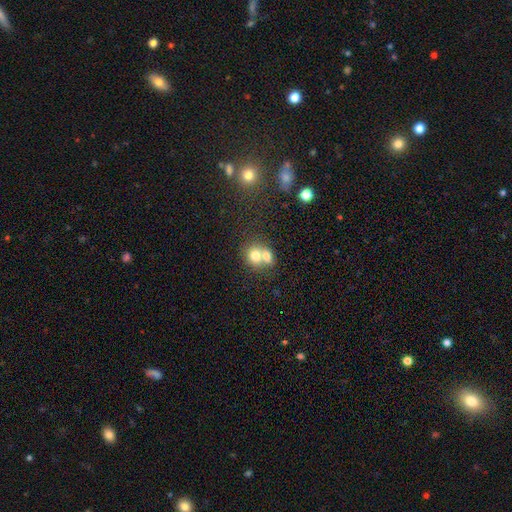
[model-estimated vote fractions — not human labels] A smooth galaxy with no disk features (72%) that is round (65%). Merging: merger (66%).